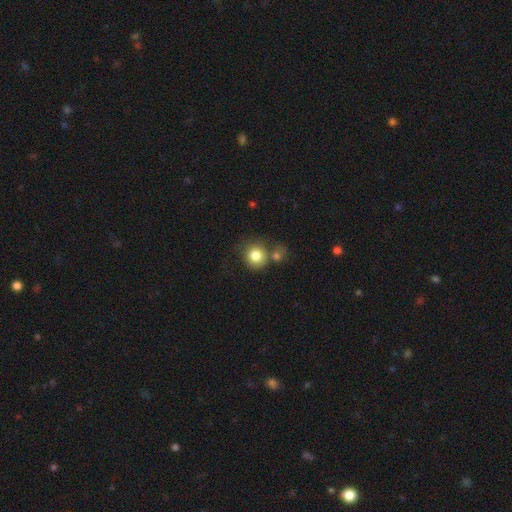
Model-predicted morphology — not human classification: type=smooth (82%); roundness=round (89%); merging=none (58%).